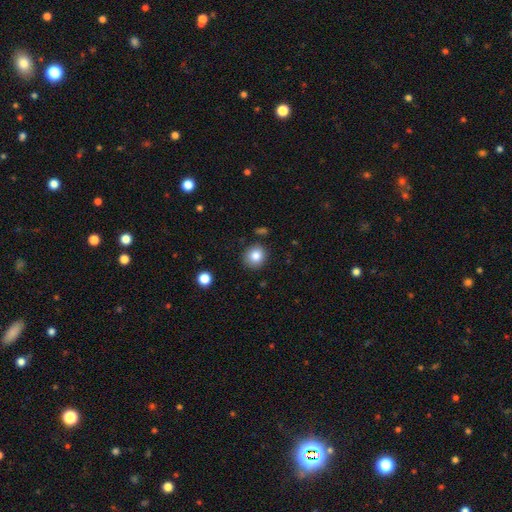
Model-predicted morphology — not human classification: Overall: smooth (84%). How rounded: round (88%). Merging: none (86%).